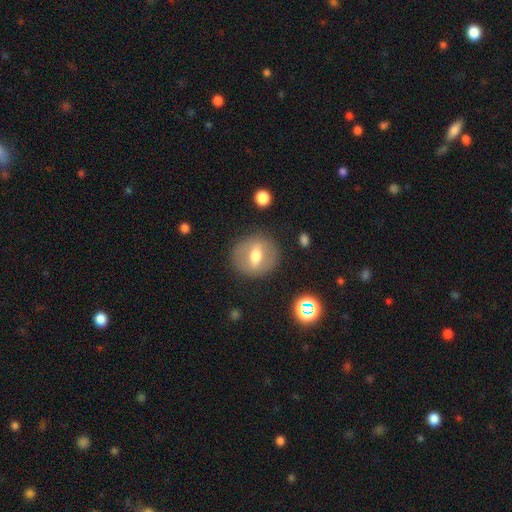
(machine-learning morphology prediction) Smooth or featured? smooth (46%)
Merging? none (84%)